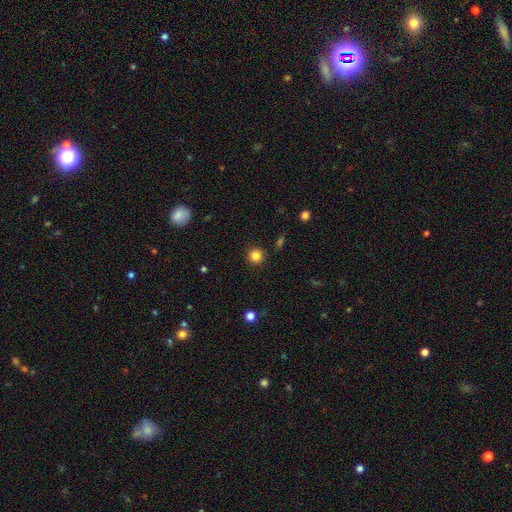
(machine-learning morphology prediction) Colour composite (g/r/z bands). It shows a smooth galaxy with no disk features (84%) that is round (95%). Merging: none (91%).